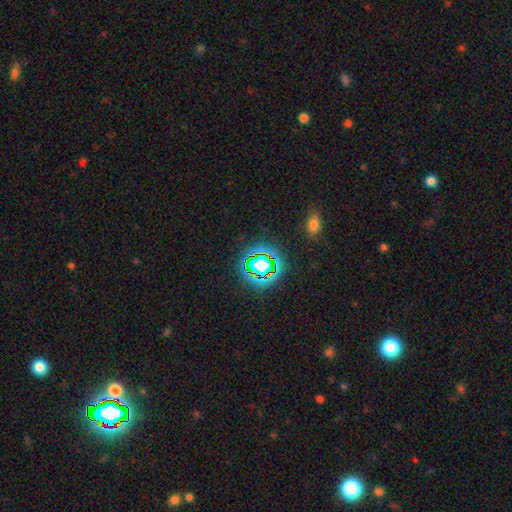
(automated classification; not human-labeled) The model was most divided on "smooth or featured": star or artifact: 75%, smooth: 17%, featured or disk: 8%.